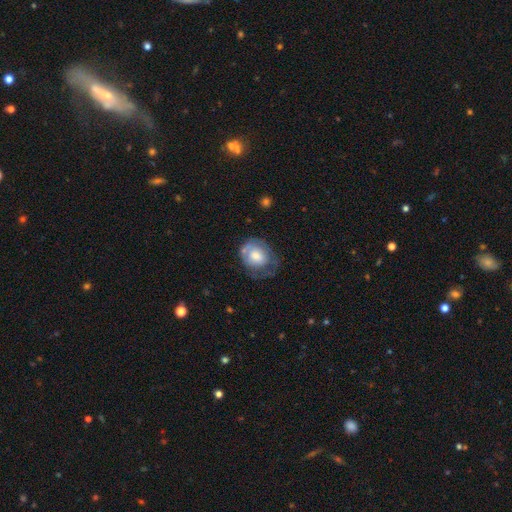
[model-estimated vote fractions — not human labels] Smooth or featured? Predicted: smooth (p=0.57). How rounded? Predicted: round (p=0.62). Merging? Predicted: none (p=0.40).